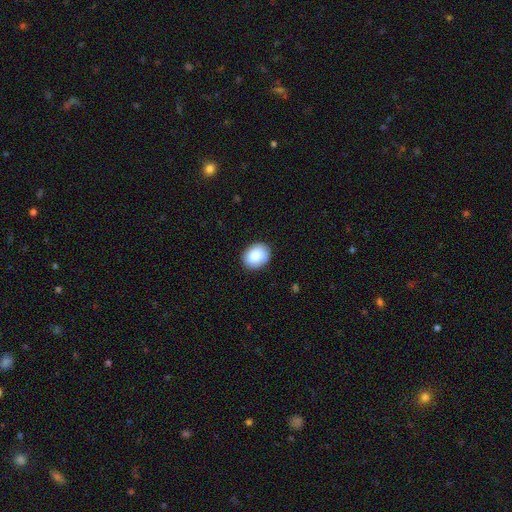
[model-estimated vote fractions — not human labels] smooth 86%, featured or disk 8%, star or artifact 7%. Down the decision tree: how rounded — in between (58%); merging — none (85%).